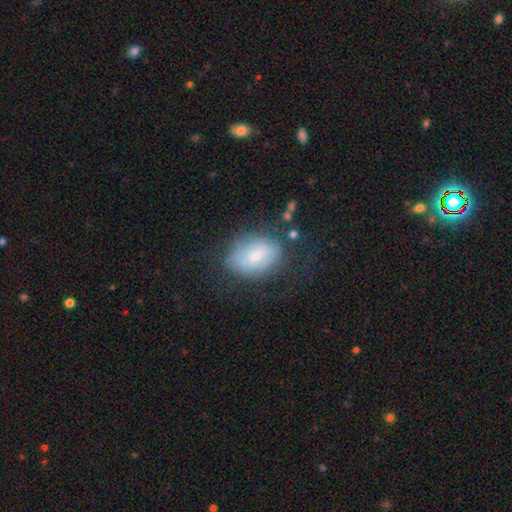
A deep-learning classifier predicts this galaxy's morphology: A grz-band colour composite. It shows a smooth galaxy with no disk features (65%) that is in between round and cigar-shaped (75%). Merging: none (61%).